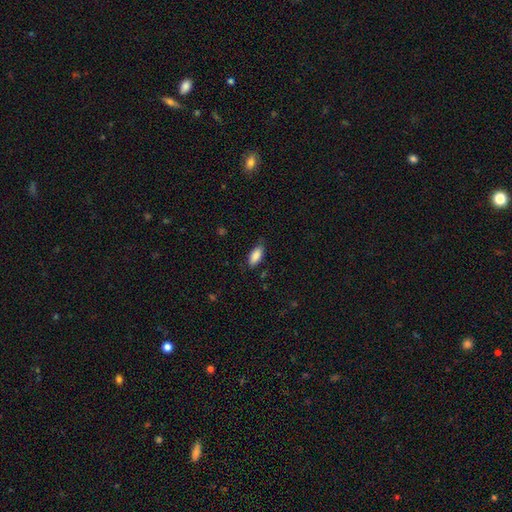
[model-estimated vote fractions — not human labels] smooth_or_featured: smooth (p=0.89) [alt: star or artifact p=0.07]
how_rounded: in between (p=0.88) [alt: cigar-shaped p=0.10]
merging: none (p=0.79) [alt: minor disturbance p=0.17]